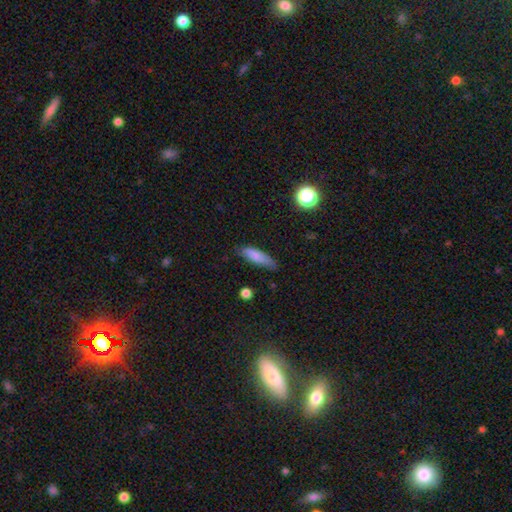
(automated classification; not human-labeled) Overall: smooth (81%). How rounded: cigar-shaped (55%; in between 43%). Merging: none (69%).